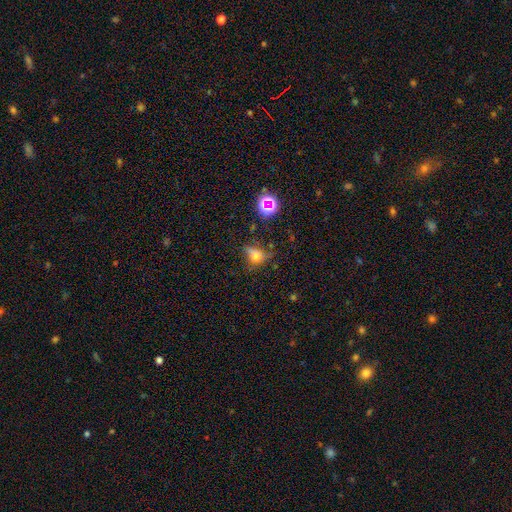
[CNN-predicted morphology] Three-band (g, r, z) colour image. It shows a smooth galaxy with no disk features (60%) that is in between round and cigar-shaped (60%). Merging: none (42%).